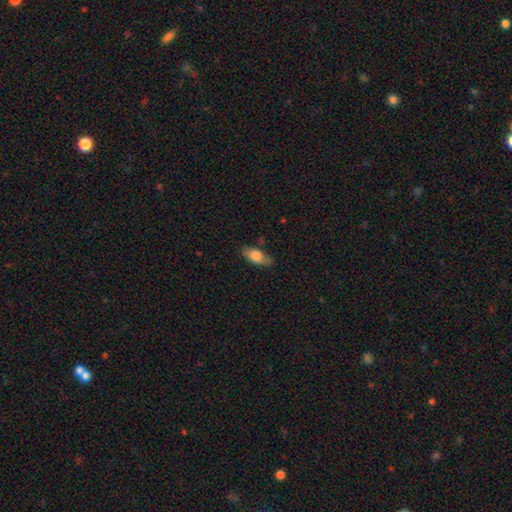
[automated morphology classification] The model was most divided on "smooth or featured": smooth: 70%, featured or disk: 23%, star or artifact: 7%. More confident: how rounded — in between (79%); merging — none (78%).